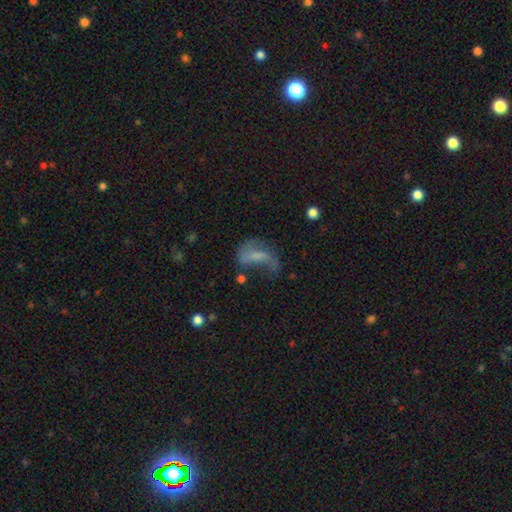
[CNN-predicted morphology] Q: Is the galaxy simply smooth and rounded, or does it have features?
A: featured or disk — 49%.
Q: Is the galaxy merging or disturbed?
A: major disturbance — 45%.